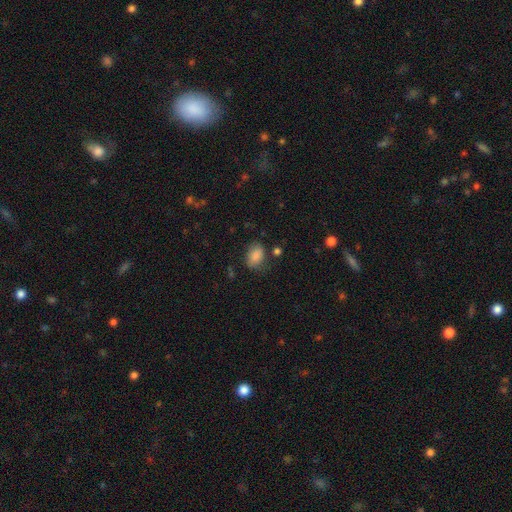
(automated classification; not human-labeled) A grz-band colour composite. It shows a smooth galaxy with no disk features (84%) that is in between round and cigar-shaped (80%). Merging: none (64%).